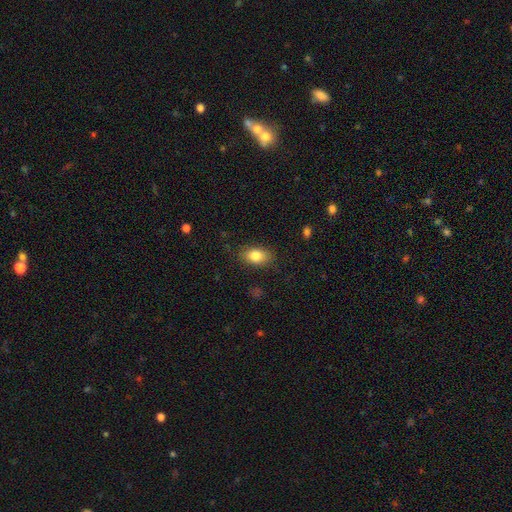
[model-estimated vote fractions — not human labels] A smooth galaxy with no disk features (83%) that is in between round and cigar-shaped (86%).

Vote fractions:
- Smooth or featured? smooth: 83% / featured or disk: 9% / star or artifact: 8%
- How rounded? in between: 86% / round: 11% / cigar-shaped: 2%
- Merging? none: 84% / minor disturbance: 12% / major disturbance: 3% / merger: 1%